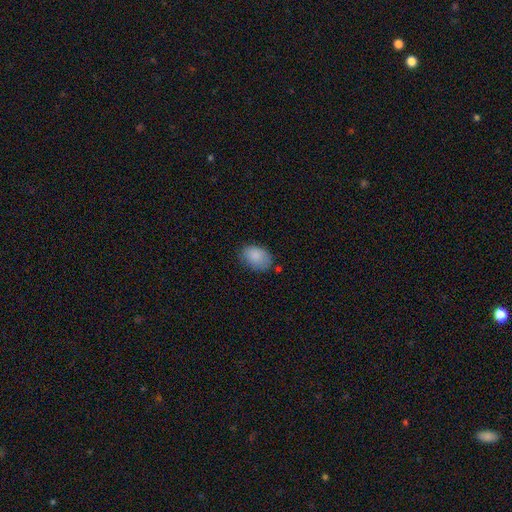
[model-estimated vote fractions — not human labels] smooth-or-featured: smooth: 87% | star or artifact: 7% | featured or disk: 6%
  how-rounded: in between: 84% | round: 15% | cigar-shaped: 1%
  merging: none: 69% | minor disturbance: 23% | major disturbance: 5% | merger: 3%